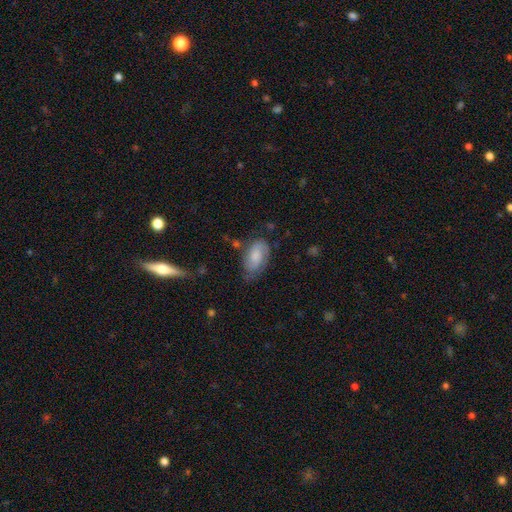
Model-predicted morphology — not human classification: smooth-or-featured: smooth: 56% | featured or disk: 36% | star or artifact: 8%
  how-rounded: in between: 92% | round: 5% | cigar-shaped: 3%
  merging: none: 58% | minor disturbance: 29% | major disturbance: 11% | merger: 3%